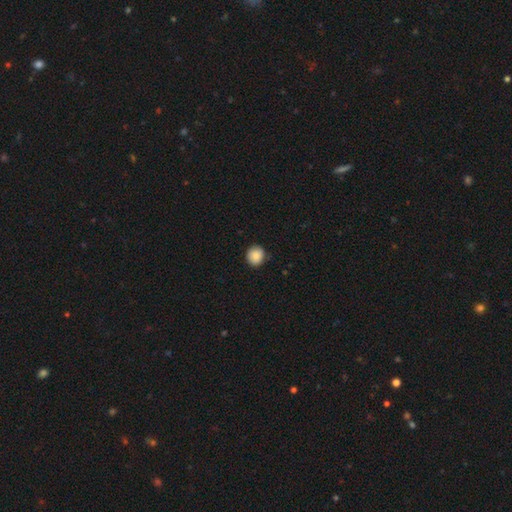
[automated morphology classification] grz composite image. It shows a smooth galaxy with no disk features (87%) that is round (88%). Merging: none (86%).